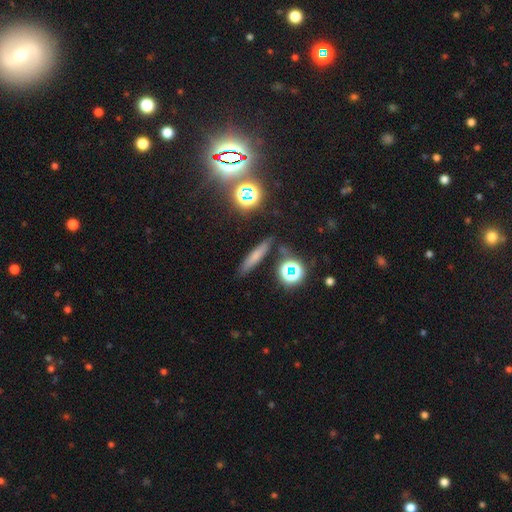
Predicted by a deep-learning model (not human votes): smooth_or_featured: smooth (p=0.62) [alt: featured or disk p=0.20]
how_rounded: cigar-shaped (p=0.81) [alt: in between p=0.12]
merging: none (p=0.84) [alt: minor disturbance p=0.10]